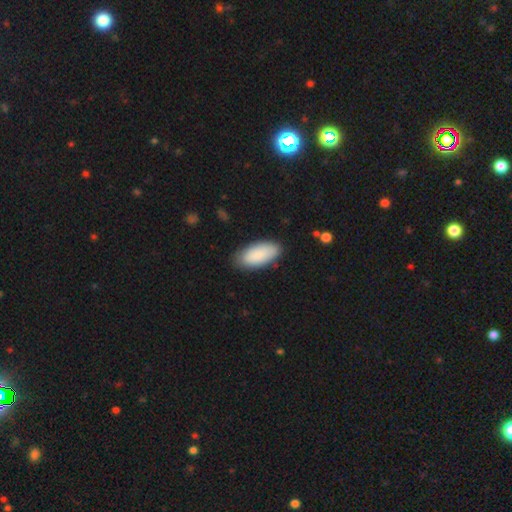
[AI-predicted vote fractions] smooth_or_featured: smooth (p=0.88) [alt: featured or disk p=0.07]
how_rounded: in between (p=0.92) [alt: cigar-shaped p=0.07]
merging: none (p=0.82) [alt: minor disturbance p=0.13]